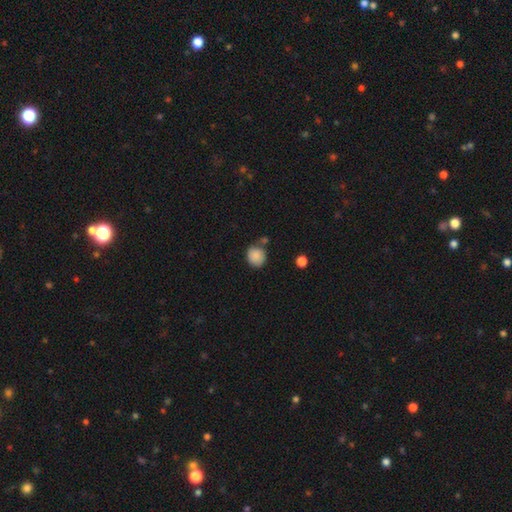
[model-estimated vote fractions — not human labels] A smooth galaxy with no disk features (85%) that is round (79%).

Vote fractions:
- Smooth or featured? smooth: 85% / star or artifact: 8% / featured or disk: 7%
- How rounded? round: 79% / in between: 20% / cigar-shaped: 1%
- Merging? none: 65% / minor disturbance: 19% / merger: 12% / major disturbance: 5%